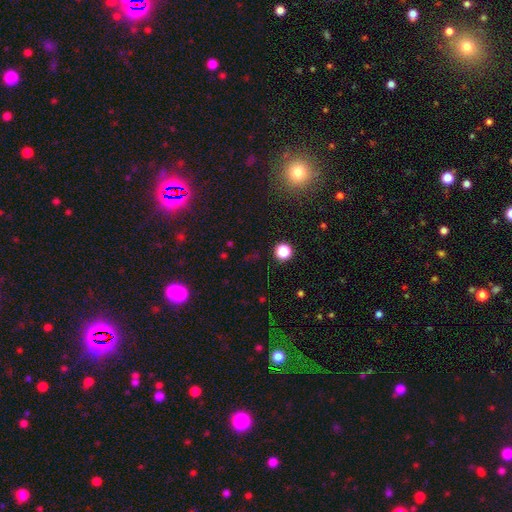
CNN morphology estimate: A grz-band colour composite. It shows a star or artifact, not a galaxy (61%).